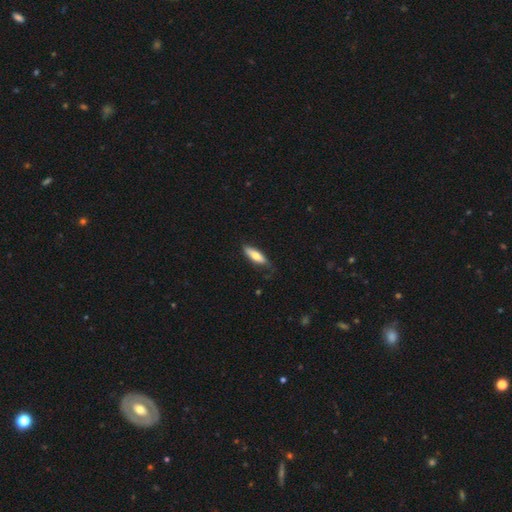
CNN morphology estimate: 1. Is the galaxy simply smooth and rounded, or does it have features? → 69% smooth, 25% featured or disk, 5% star or artifact.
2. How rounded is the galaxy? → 52% in between, 46% cigar-shaped, 2% round.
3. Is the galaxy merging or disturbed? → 72% none, 22% minor disturbance, 5% major disturbance, 1% merger.